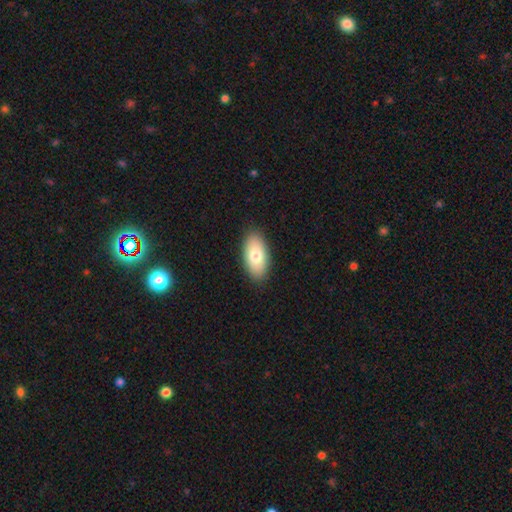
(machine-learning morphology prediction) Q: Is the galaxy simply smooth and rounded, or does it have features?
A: smooth — 79%.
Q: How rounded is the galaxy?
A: in between — 94%.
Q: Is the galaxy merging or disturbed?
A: none — 89%.